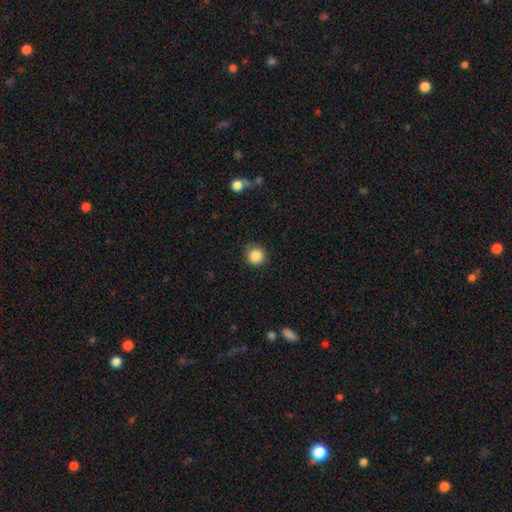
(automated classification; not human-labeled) Q: Smooth or featured?
A: smooth (87%); runner-up: star or artifact (10%)
Q: How rounded?
A: round (95%); runner-up: in between (4%)
Q: Merging?
A: none (87%); runner-up: minor disturbance (9%)